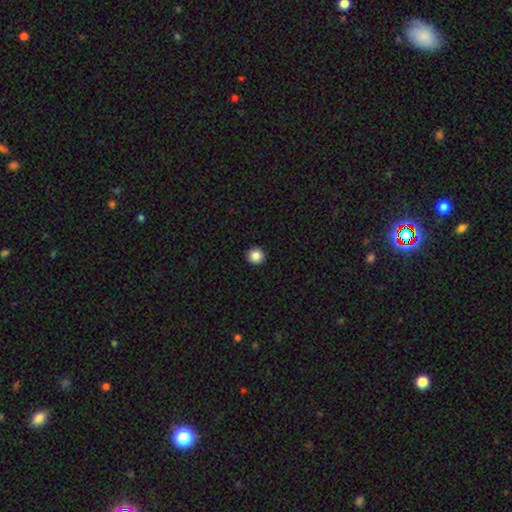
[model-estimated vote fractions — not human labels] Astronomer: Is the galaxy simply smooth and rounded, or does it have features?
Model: smooth — 86%.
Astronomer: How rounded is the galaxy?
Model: round — 95%.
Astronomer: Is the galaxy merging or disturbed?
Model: none — 94%.